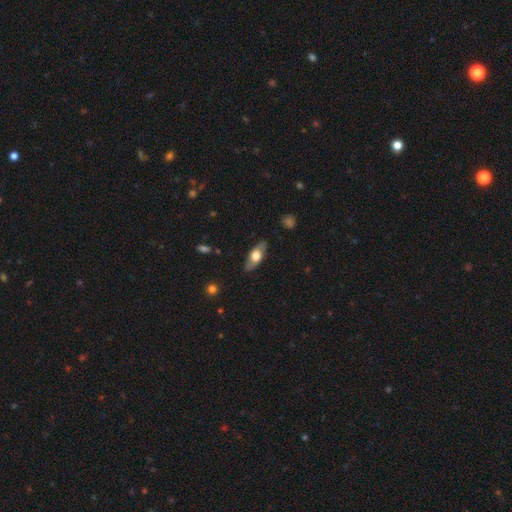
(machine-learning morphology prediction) Smooth or featured?
  - smooth: 53% *
  - featured or disk: 42%
  - star or artifact: 6%
How rounded?
  - in between: 72% *
  - cigar-shaped: 24%
  - round: 4%
Merging?
  - none: 84% *
  - minor disturbance: 13%
  - major disturbance: 3%
  - merger: 1%